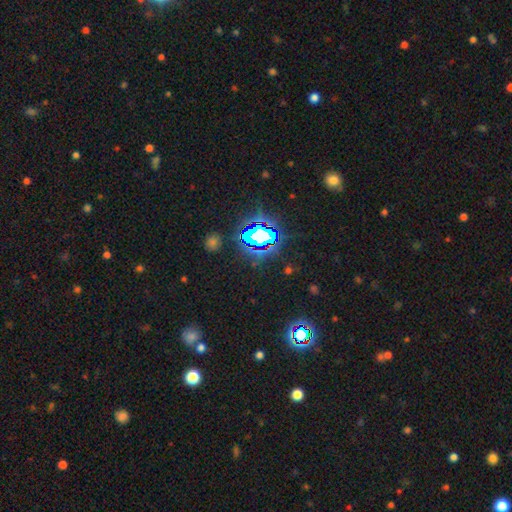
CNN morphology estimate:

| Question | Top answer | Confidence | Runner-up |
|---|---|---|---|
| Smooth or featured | star or artifact | 80% | smooth (13%) |